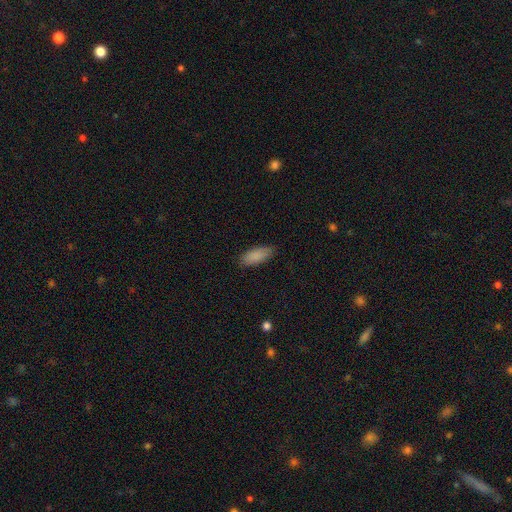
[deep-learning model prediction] Smooth or featured: smooth — 88% (star or artifact — 6%)
How rounded: in between — 82% (cigar-shaped — 16%)
Merging: none — 85% (minor disturbance — 12%)